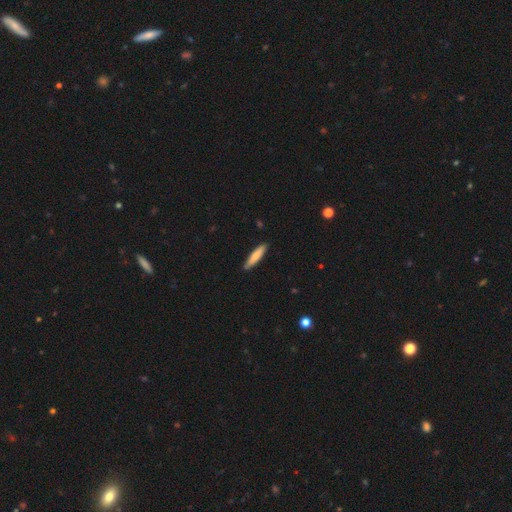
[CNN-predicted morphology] This is likely a smooth galaxy (72%). How rounded: clearly cigar-shaped (85%). Merging: clearly none (87%).